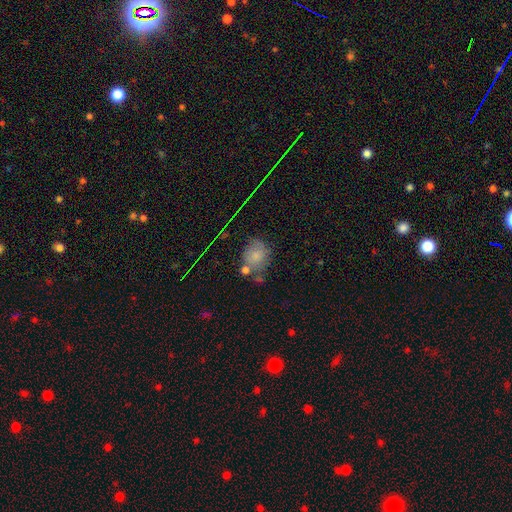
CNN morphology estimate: Smooth or featured? Predicted: smooth (p=0.69). How rounded? Predicted: round (p=0.70). Merging? Predicted: none (p=0.52).